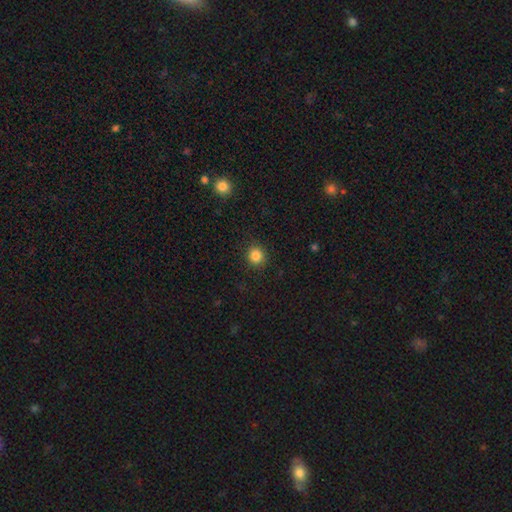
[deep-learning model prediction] The model was most divided on "smooth or featured": smooth: 85%, star or artifact: 11%, featured or disk: 4%. More confident: merging — none (91%); how rounded — round (89%).